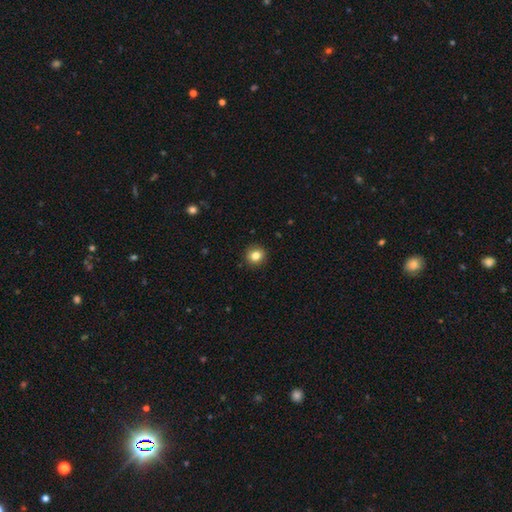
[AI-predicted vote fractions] Smooth or featured: smooth — 83% (star or artifact — 11%)
How rounded: round — 89% (in between — 10%)
Merging: none — 91% (minor disturbance — 6%)